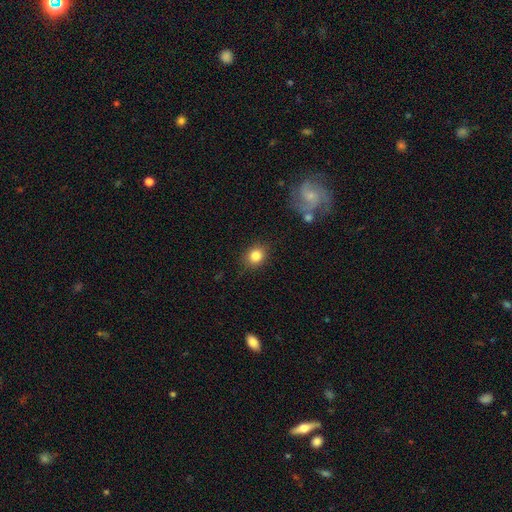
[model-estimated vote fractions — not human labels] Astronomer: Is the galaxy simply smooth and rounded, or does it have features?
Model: smooth — 84%.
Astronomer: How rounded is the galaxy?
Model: round — 66%.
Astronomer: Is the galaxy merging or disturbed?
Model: none — 85%.